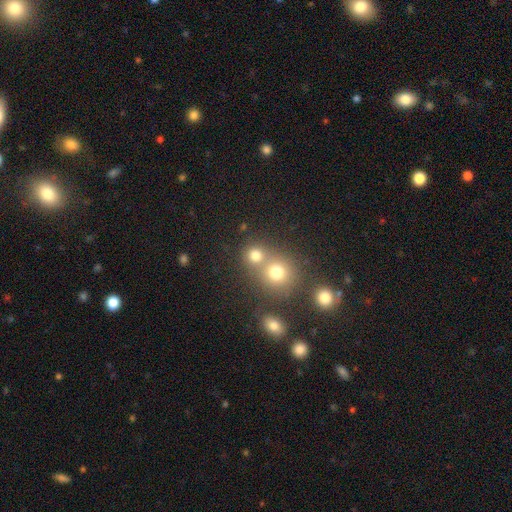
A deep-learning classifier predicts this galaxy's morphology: This appears to be a smooth galaxy with no disk features (76%) that is round (87%). Merging: none (54%).